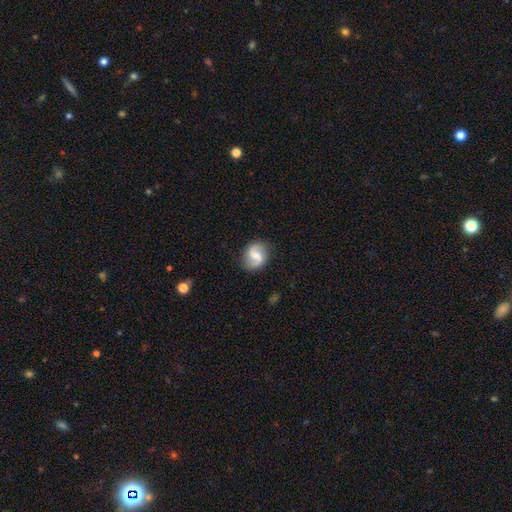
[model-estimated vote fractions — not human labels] smooth-or-featured: featured or disk: 69% | smooth: 25% | star or artifact: 7%
  disk-edge-on: no: 98% | yes: 2%
    bar: weak: 53% | no: 24% | strong: 23%
    has-spiral-arms: yes: 92% | no: 8%
      spiral-winding: loose: 59% | medium: 31% | tight: 10%
      spiral-arm-count: 2: 90% | can't tell: 3% | 1: 3% | 3: 1% | 4: 1% | more than 4: 1%
    bulge-size: moderate: 37% | small: 36% | none: 19% | large: 7% | dominant: 2%
  merging: none: 83% | minor disturbance: 12% | major disturbance: 4% | merger: 1%